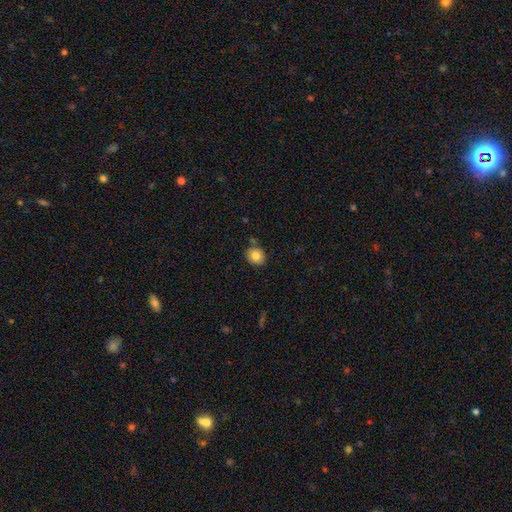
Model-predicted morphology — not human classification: smooth_or_featured: smooth (p=0.82) [alt: star or artifact p=0.10]
how_rounded: round (p=0.75) [alt: in between p=0.24]
merging: none (p=0.82) [alt: minor disturbance p=0.11]